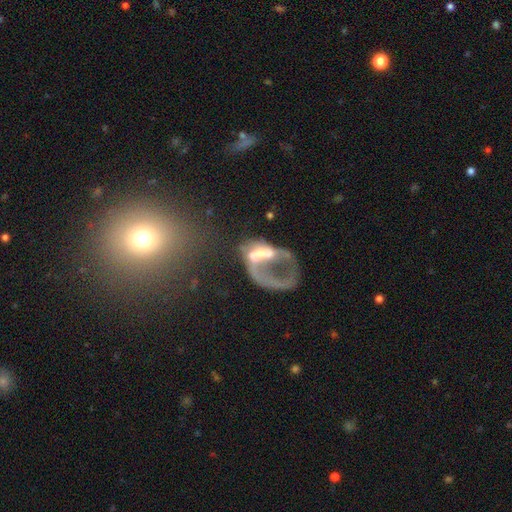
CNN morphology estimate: Smooth or featured?
  - featured or disk: 60% *
  - smooth: 28%
  - star or artifact: 12%
Edge-on disk?
  - no: 95% *
  - yes: 5%
Bar?
  - no: 57% *
  - weak: 23%
  - strong: 20%
Spiral arms?
  - no: 68% *
  - yes: 32%
Bulge size?
  - moderate: 32% *
  - none: 30%
  - small: 18%
  - large: 15%
  - dominant: 5%
Merging?
  - major disturbance: 60% *
  - merger: 19%
  - none: 13%
  - minor disturbance: 8%